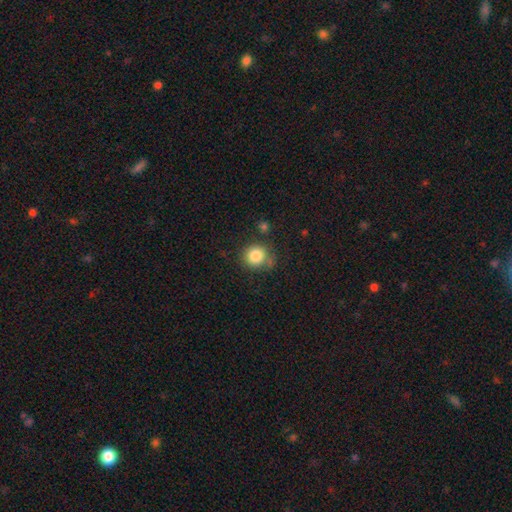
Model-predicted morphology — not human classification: This appears to be a smooth galaxy with no disk features (84%) that is round (88%). Merging: none (73%).